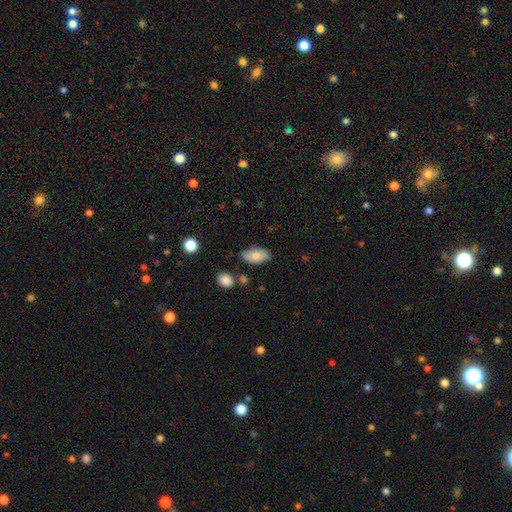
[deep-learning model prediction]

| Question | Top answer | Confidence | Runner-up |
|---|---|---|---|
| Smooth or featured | smooth | 81% | featured or disk (12%) |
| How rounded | in between | 93% | cigar-shaped (4%) |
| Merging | none | 77% | minor disturbance (16%) |